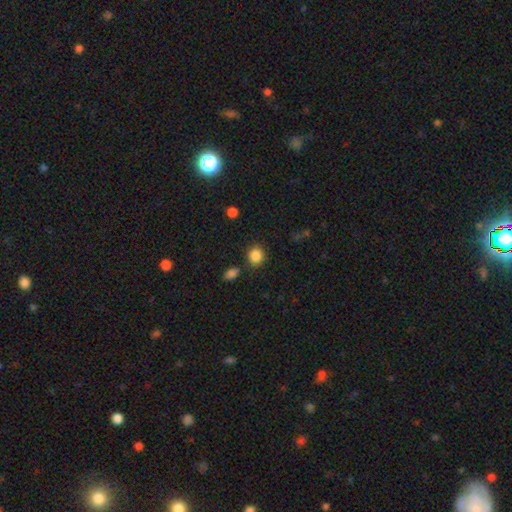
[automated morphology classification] This appears to be a smooth galaxy with no disk features (87%) that is round (76%). Merging: none (82%).